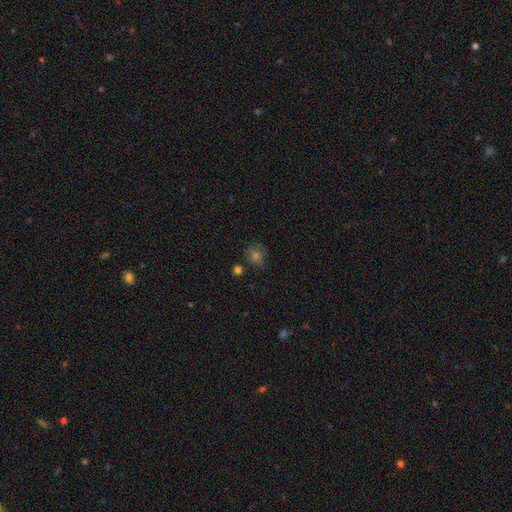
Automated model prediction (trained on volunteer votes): This appears to be a smooth galaxy with no disk features (55%) that is round (79%). Merging: none (72%).